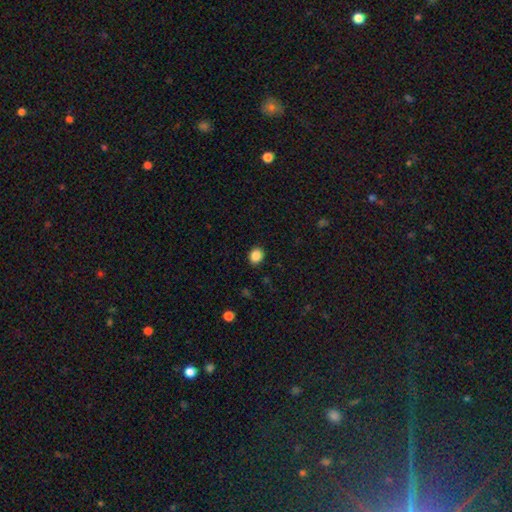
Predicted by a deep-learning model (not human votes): The model was most divided on "how rounded": round: 66%, in between: 34%, cigar-shaped: 1%. More confident: merging — none (90%); smooth or featured — smooth (87%).